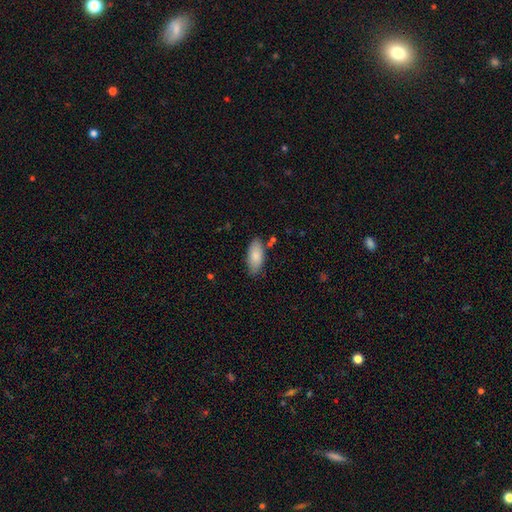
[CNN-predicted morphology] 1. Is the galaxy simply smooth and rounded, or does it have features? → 84% smooth, 10% featured or disk, 6% star or artifact.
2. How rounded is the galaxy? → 90% in between, 8% cigar-shaped, 2% round.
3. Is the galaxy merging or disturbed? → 79% none, 15% minor disturbance, 3% merger, 3% major disturbance.